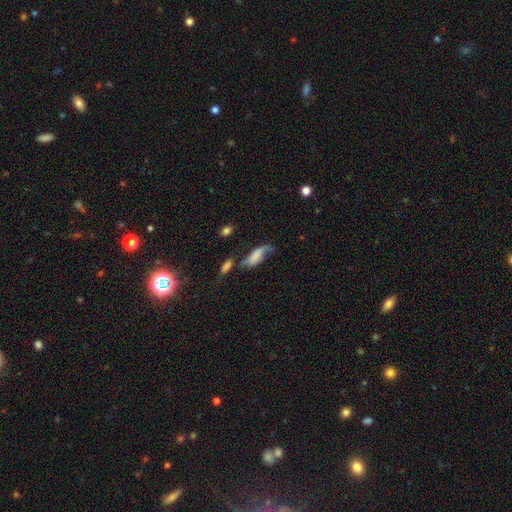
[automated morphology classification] A smooth galaxy with no disk features (52%) that is in between round and cigar-shaped (75%).

Vote fractions:
- Smooth or featured? smooth: 52% / featured or disk: 38% / star or artifact: 10%
- How rounded? in between: 75% / cigar-shaped: 21% / round: 4%
- Merging? none: 28% / major disturbance: 27% / merger: 24% / minor disturbance: 22%